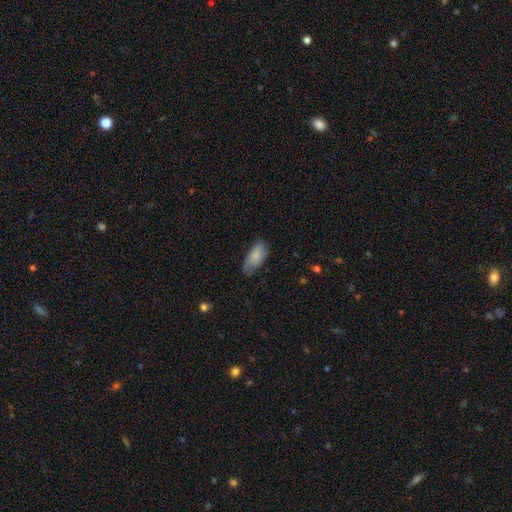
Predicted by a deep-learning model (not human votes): smooth_or_featured: smooth (p=0.80) [alt: featured or disk p=0.14]
how_rounded: in between (p=0.87) [alt: cigar-shaped p=0.11]
merging: none (p=0.65) [alt: minor disturbance p=0.28]